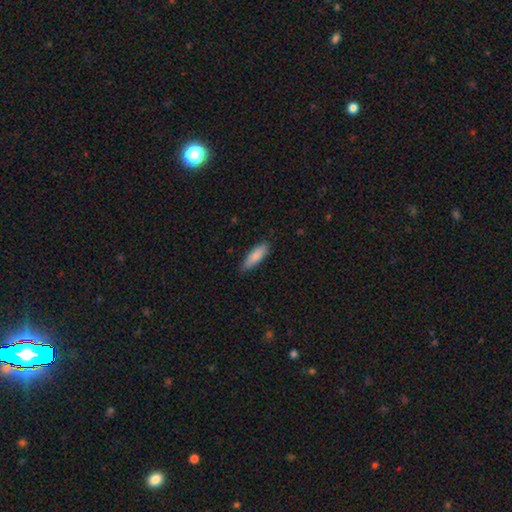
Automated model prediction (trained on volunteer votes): Smooth or featured? smooth (86%)
How rounded? in between (57%)
Merging? none (80%)